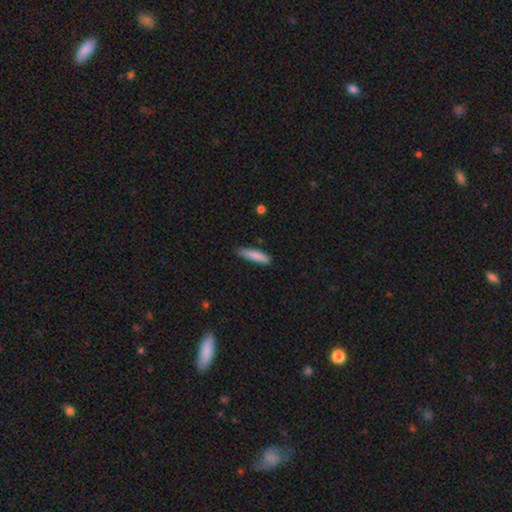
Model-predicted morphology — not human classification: Smooth or featured: smooth — 84% (featured or disk — 9%)
How rounded: cigar-shaped — 82% (in between — 17%)
Merging: none — 76% (minor disturbance — 20%)